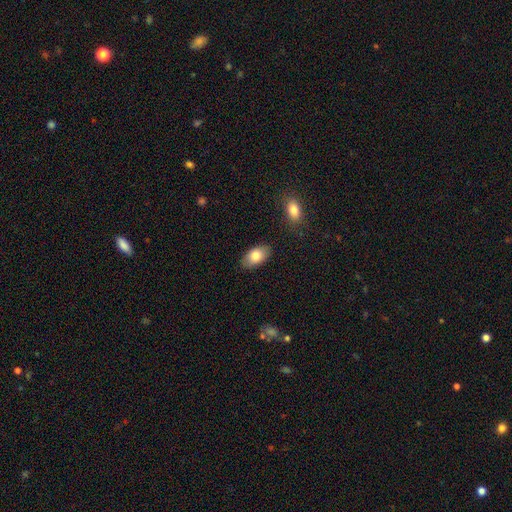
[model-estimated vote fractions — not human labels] A smooth galaxy with no disk features (82%) that is in between round and cigar-shaped (94%).

Vote fractions:
- Smooth or featured? smooth: 82% / featured or disk: 12% / star or artifact: 6%
- How rounded? in between: 94% / round: 4% / cigar-shaped: 2%
- Merging? none: 85% / minor disturbance: 11% / major disturbance: 2% / merger: 2%